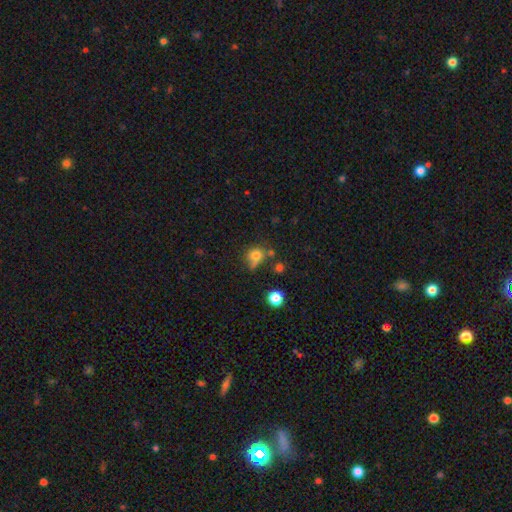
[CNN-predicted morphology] smooth-or-featured: smooth: 74% | star or artifact: 15% | featured or disk: 10%
  how-rounded: round: 71% | in between: 28% | cigar-shaped: 1%
  merging: none: 49% | minor disturbance: 25% | merger: 14% | major disturbance: 12%